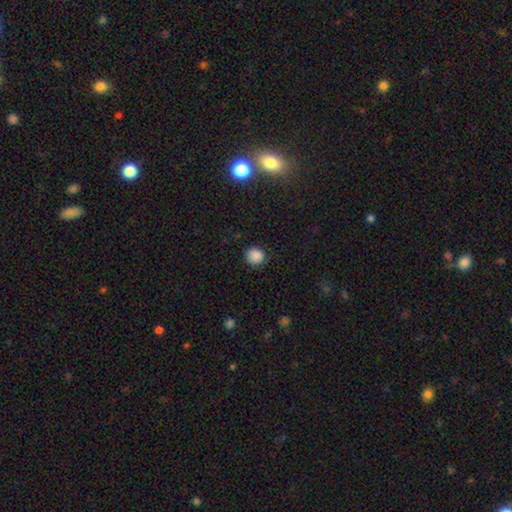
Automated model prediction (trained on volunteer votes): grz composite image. It shows a smooth galaxy with no disk features (86%) that is round (84%). Merging: none (80%).